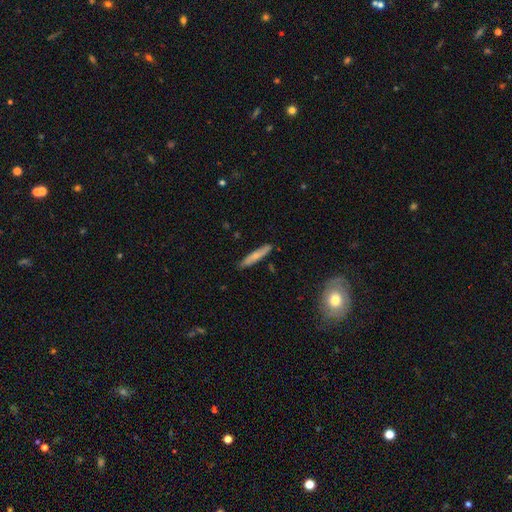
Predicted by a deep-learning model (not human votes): Q: Smooth or featured?
A: smooth (66%); runner-up: featured or disk (28%)
Q: How rounded?
A: cigar-shaped (88%); runner-up: in between (10%)
Q: Merging?
A: none (85%); runner-up: minor disturbance (12%)